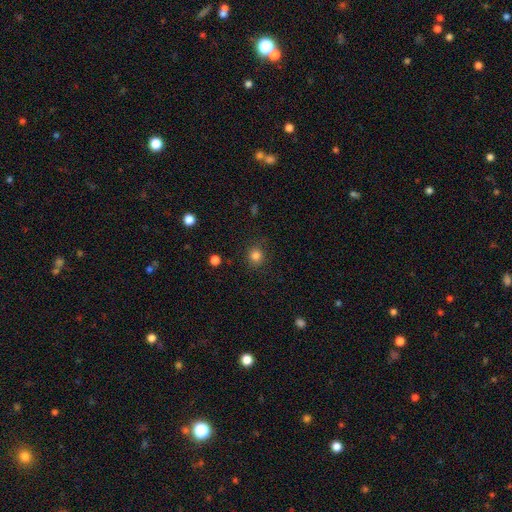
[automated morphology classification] A smooth galaxy with no disk features (82%) that is round (89%).

Vote fractions:
- Smooth or featured? smooth: 82% / star or artifact: 13% / featured or disk: 5%
- How rounded? round: 89% / in between: 10% / cigar-shaped: 1%
- Merging? none: 87% / minor disturbance: 9% / major disturbance: 3% / merger: 1%